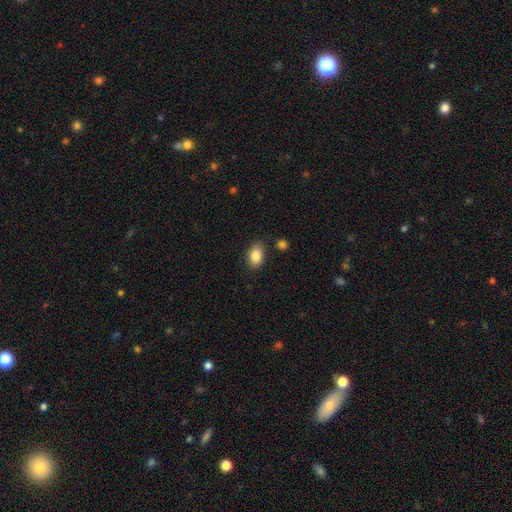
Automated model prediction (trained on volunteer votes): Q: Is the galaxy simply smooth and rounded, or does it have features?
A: smooth — 86%.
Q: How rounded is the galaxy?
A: in between — 88%.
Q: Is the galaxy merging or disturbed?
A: none — 82%.